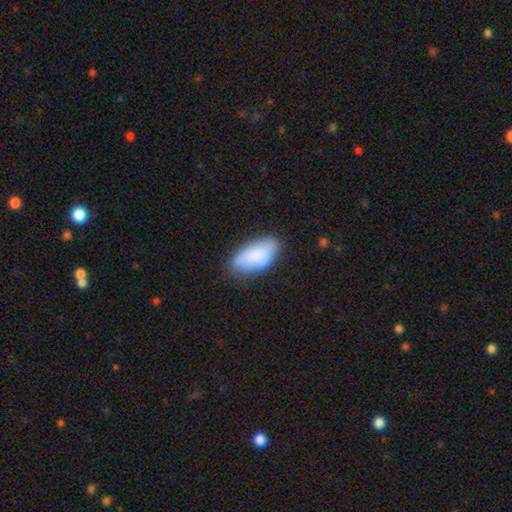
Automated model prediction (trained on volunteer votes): Smooth or featured?
  - smooth: 79% *
  - featured or disk: 14%
  - star or artifact: 7%
How rounded?
  - in between: 92% *
  - cigar-shaped: 6%
  - round: 2%
Merging?
  - none: 66% *
  - minor disturbance: 25%
  - major disturbance: 6%
  - merger: 3%